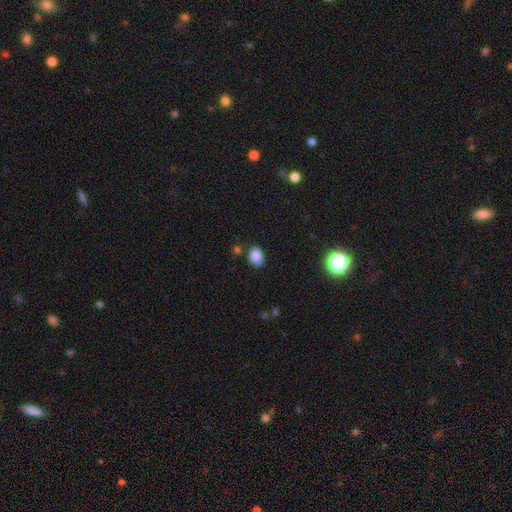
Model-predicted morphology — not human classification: This appears to be a smooth galaxy with no disk features (86%) that is in between round and cigar-shaped (73%). Merging: none (75%).